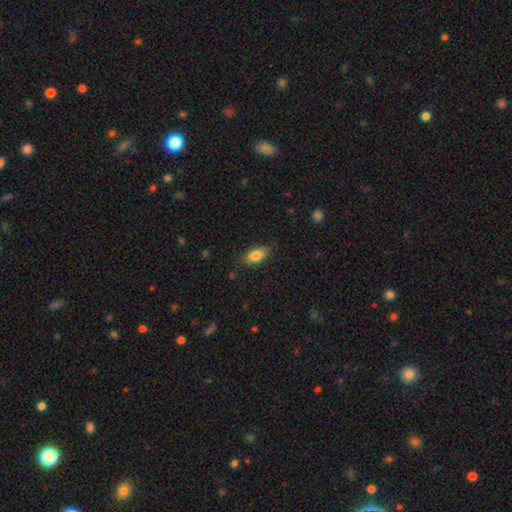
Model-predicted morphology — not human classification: The model was most divided on "merging": none: 83%, minor disturbance: 13%, major disturbance: 3%, merger: 1%. More confident: how rounded — in between (88%); smooth or featured — smooth (84%).